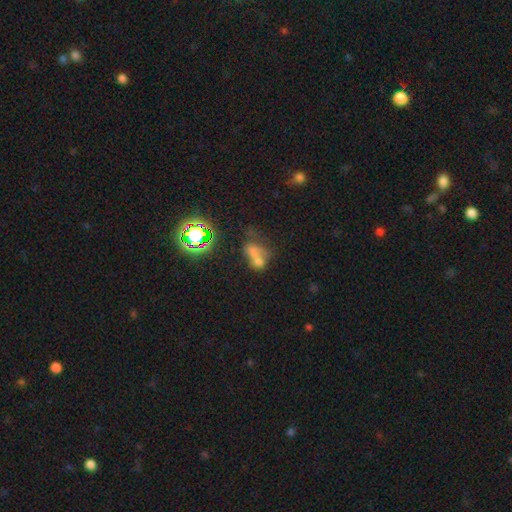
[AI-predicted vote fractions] Smooth or featured?
  - smooth: 52% *
  - star or artifact: 25%
  - featured or disk: 23%
How rounded?
  - in between: 66% *
  - round: 30%
  - cigar-shaped: 5%
Merging?
  - merger: 52% *
  - none: 21%
  - major disturbance: 16%
  - minor disturbance: 12%